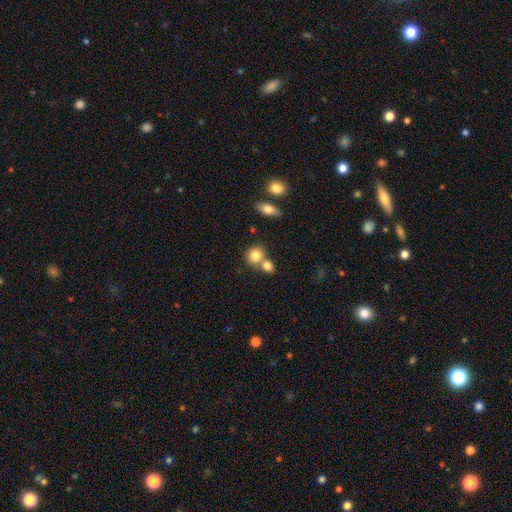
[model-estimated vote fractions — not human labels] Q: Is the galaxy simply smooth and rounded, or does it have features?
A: smooth — 80%.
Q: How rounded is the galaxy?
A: round — 76%.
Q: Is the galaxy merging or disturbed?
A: merger — 45%.